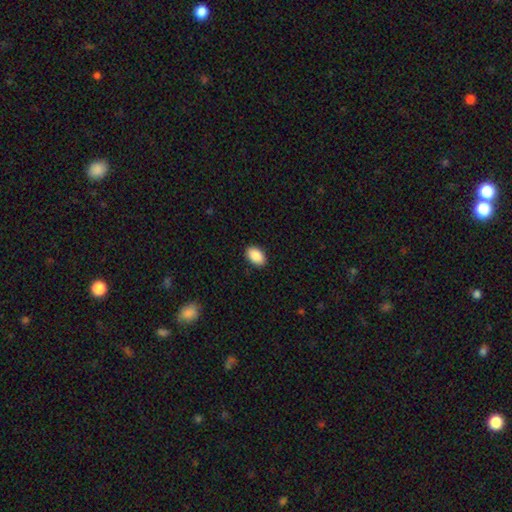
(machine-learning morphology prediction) Overall: smooth (90%). How rounded: in between (92%). Merging: none (90%).